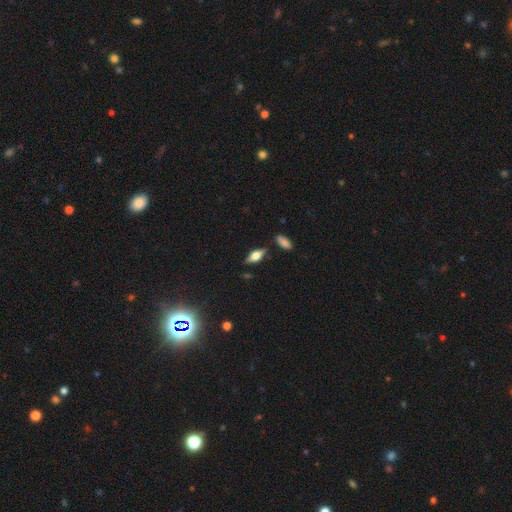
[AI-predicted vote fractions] smooth_or_featured: featured or disk (p=0.54) [alt: smooth p=0.37]
disk_edge_on: yes (p=0.93) [alt: no p=0.07]
edge_on_bulge: rounded (p=0.92) [alt: boxy p=0.07]
merging: none (p=0.83) [alt: minor disturbance p=0.11]